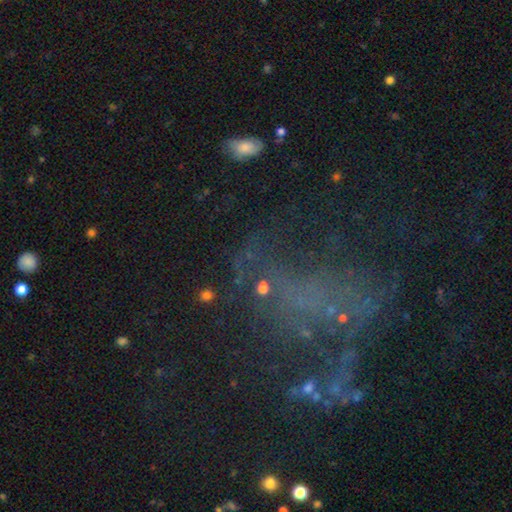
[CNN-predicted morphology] Q: Smooth or featured?
A: star or artifact (37%); runner-up: featured or disk (36%)